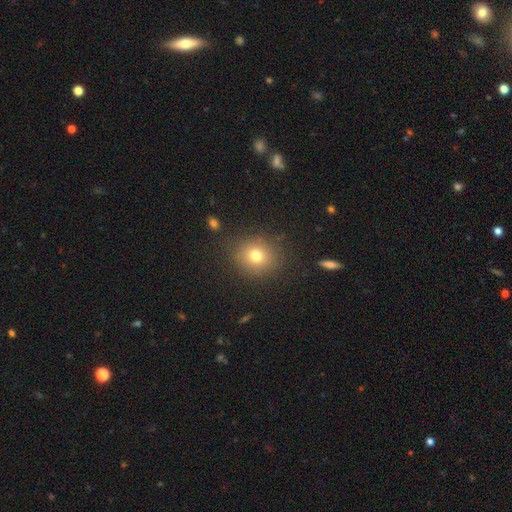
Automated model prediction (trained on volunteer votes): The model was most divided on "smooth or featured": smooth: 75%, star or artifact: 14%, featured or disk: 10%. More confident: merging — none (85%); how rounded — round (81%).